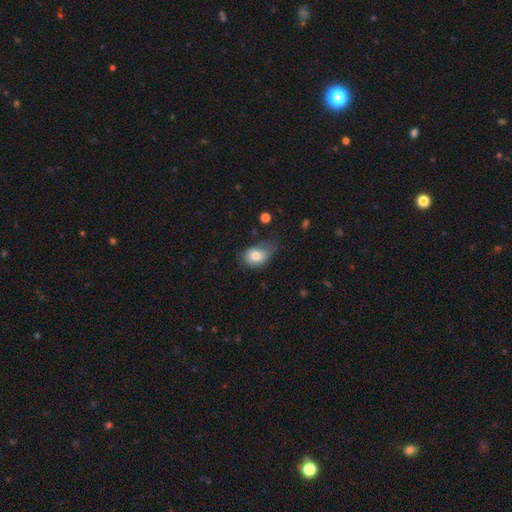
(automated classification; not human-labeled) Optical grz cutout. It shows a smooth galaxy with no disk features (79%) that is in between round and cigar-shaped (76%). Merging: minor disturbance (42%).